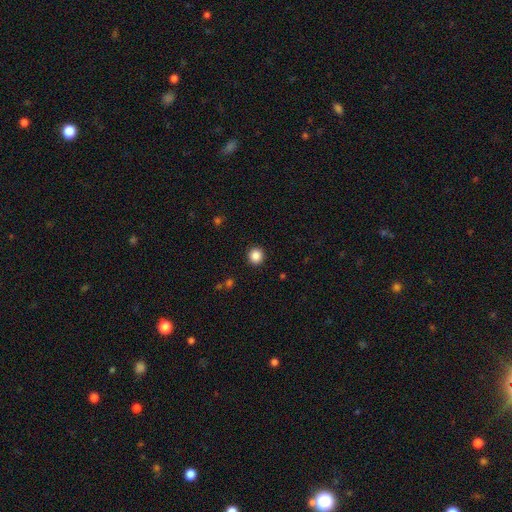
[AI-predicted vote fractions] Smooth or featured? Predicted: smooth (p=0.87). How rounded? Predicted: round (p=0.92). Merging? Predicted: none (p=0.92).